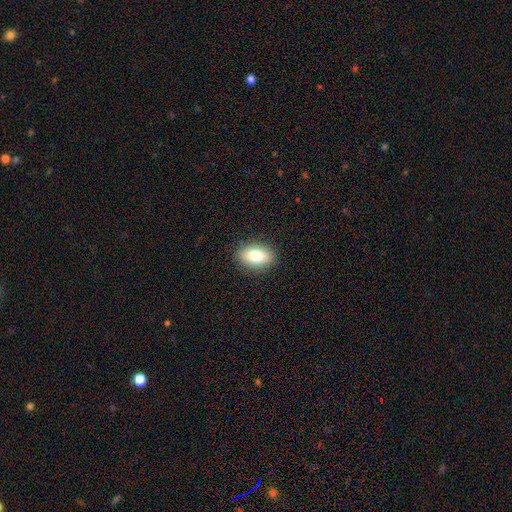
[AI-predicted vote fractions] smooth 79%, featured or disk 13%, star or artifact 8%. Down the decision tree: how rounded — in between (85%); merging — none (88%).